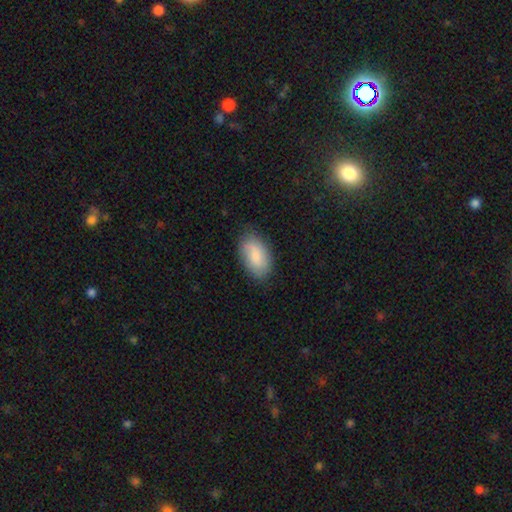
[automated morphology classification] Q: Smooth or featured?
A: smooth (78%); runner-up: featured or disk (16%)
Q: How rounded?
A: in between (93%); runner-up: round (5%)
Q: Merging?
A: none (77%); runner-up: minor disturbance (17%)